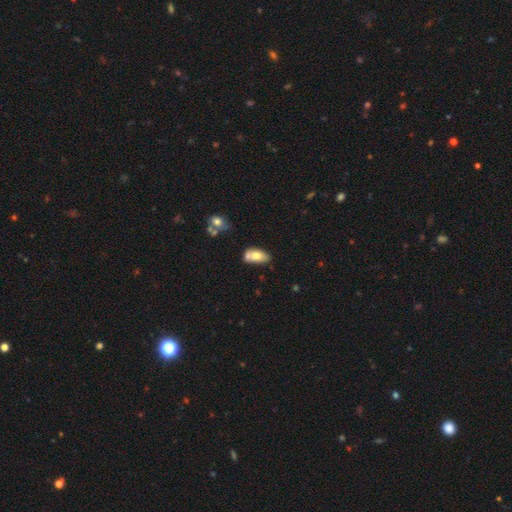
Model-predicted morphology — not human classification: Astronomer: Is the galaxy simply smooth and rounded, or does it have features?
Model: smooth — 71%.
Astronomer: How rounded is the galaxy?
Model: in between — 90%.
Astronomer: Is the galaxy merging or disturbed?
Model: none — 39% (runner-up: merger, 36%).